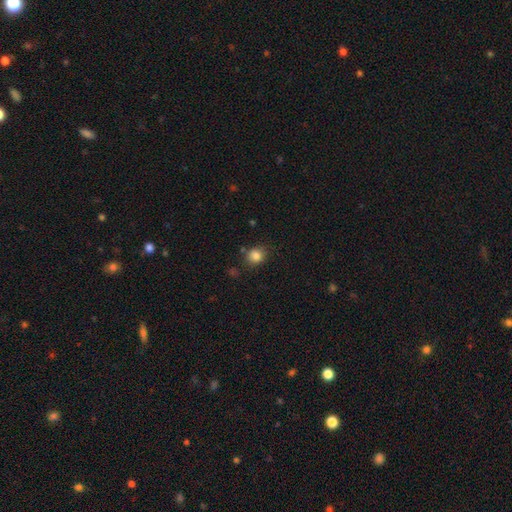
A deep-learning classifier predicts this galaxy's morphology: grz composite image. It shows a smooth galaxy with no disk features (84%) that is round (77%). Merging: none (79%).